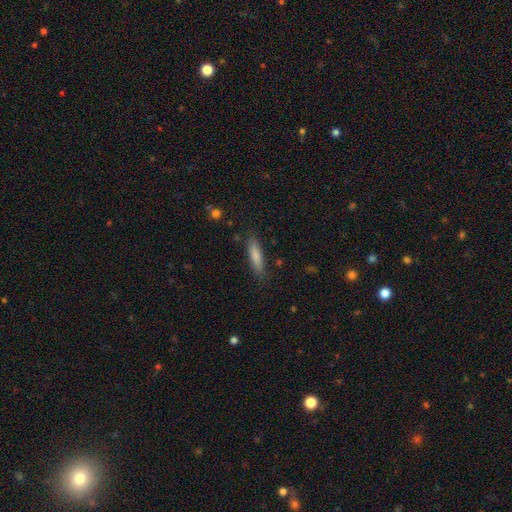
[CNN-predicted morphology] type=smooth (82%); roundness=cigar-shaped (72%); merging=none (83%).